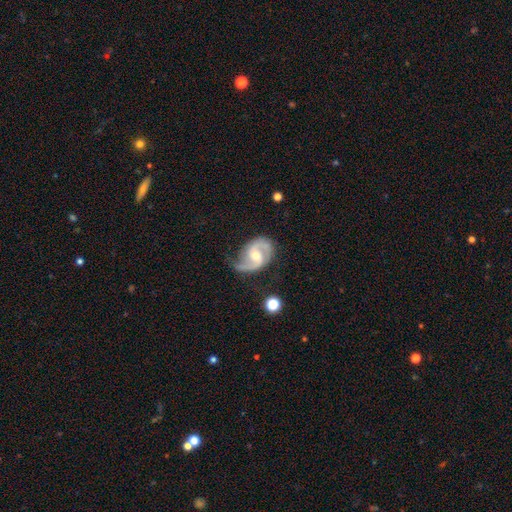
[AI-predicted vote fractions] smooth-or-featured: featured or disk: 89% | smooth: 6% | star or artifact: 5%
  disk-edge-on: no: 98% | yes: 2%
    bar: weak: 50% | no: 38% | strong: 12%
    has-spiral-arms: yes: 97% | no: 3%
      spiral-winding: medium: 55% | loose: 28% | tight: 17%
      spiral-arm-count: 2: 90% | 1: 4% | can't tell: 3% | 3: 2% | 4: 1% | more than 4: 1%
    bulge-size: moderate: 55% | small: 38% | large: 3% | none: 3% | dominant: 1%
  merging: none: 61% | minor disturbance: 25% | major disturbance: 11% | merger: 2%